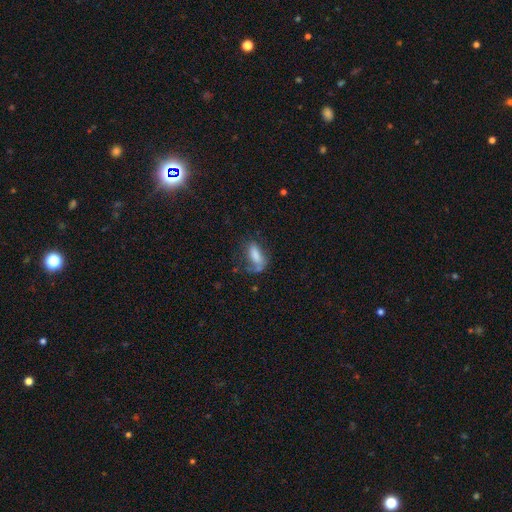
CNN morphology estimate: Smooth or featured? smooth (65%)
How rounded? in between (77%)
Merging? none (36%)